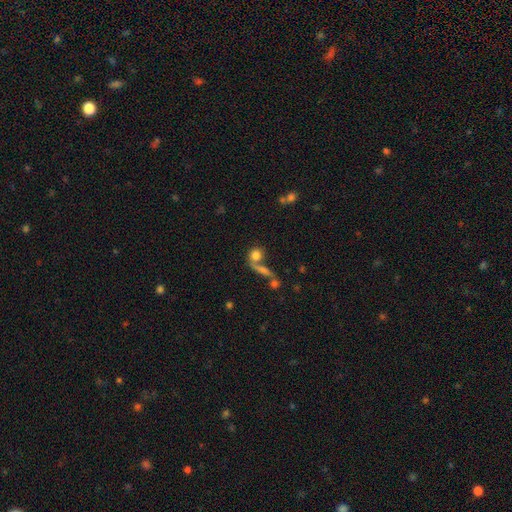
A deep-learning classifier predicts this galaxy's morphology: smooth-or-featured: smooth: 75% | featured or disk: 14% | star or artifact: 12%
  how-rounded: round: 75% | in between: 19% | cigar-shaped: 6%
  merging: none: 45% | merger: 35% | minor disturbance: 10% | major disturbance: 10%